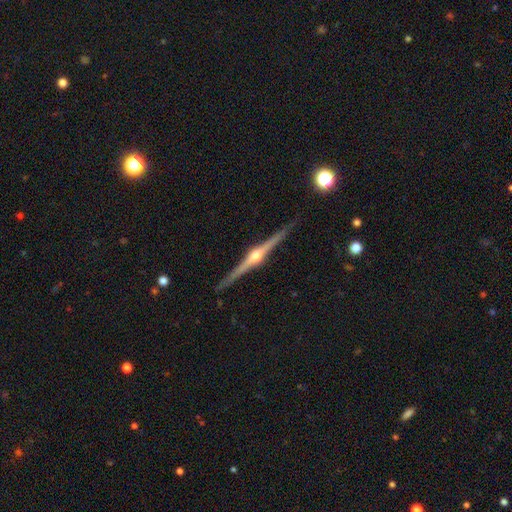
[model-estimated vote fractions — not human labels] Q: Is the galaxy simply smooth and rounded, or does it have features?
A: featured or disk — 87%.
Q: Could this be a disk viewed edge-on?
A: yes — 99%.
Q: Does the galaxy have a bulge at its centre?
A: rounded — 94%.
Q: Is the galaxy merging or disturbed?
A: none — 89%.